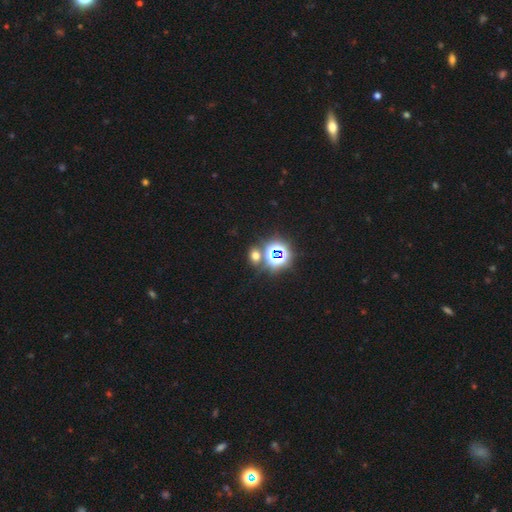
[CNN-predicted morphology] Smooth or featured? Predicted: smooth (p=0.52). How rounded? Predicted: round (p=0.51). Merging? Predicted: none (p=0.71).